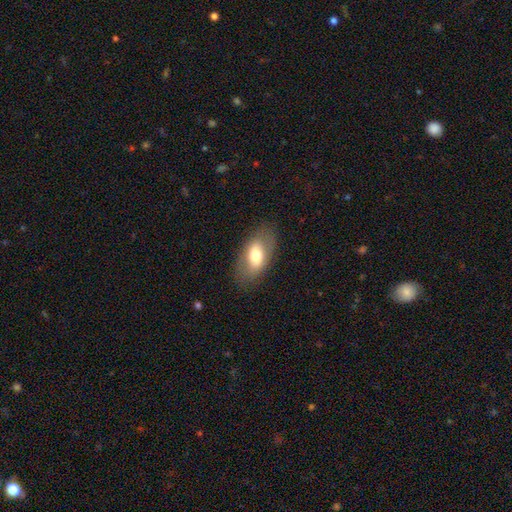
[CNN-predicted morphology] Q: Smooth or featured?
A: smooth (65%); runner-up: featured or disk (28%)
Q: How rounded?
A: in between (89%); runner-up: round (5%)
Q: Merging?
A: none (81%); runner-up: minor disturbance (13%)